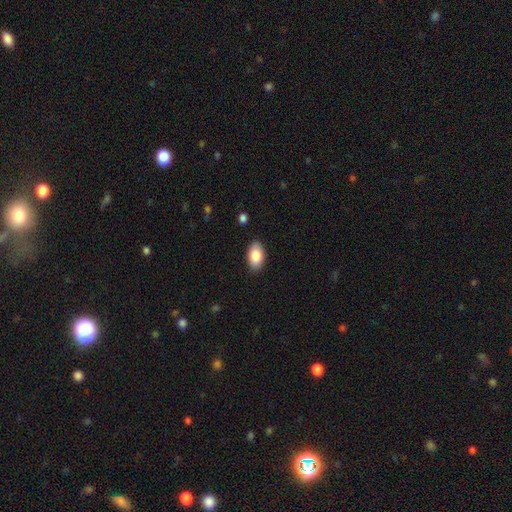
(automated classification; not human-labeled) A smooth galaxy with no disk features (86%) that is in between round and cigar-shaped (94%). Merging: none (87%).